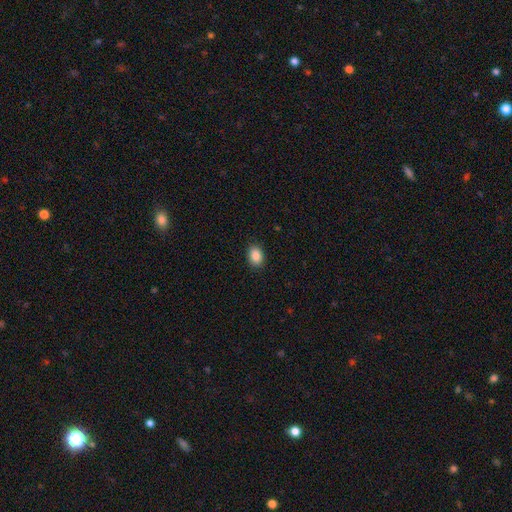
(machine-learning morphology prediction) Smooth or featured? smooth (89%)
How rounded? in between (77%)
Merging? none (90%)